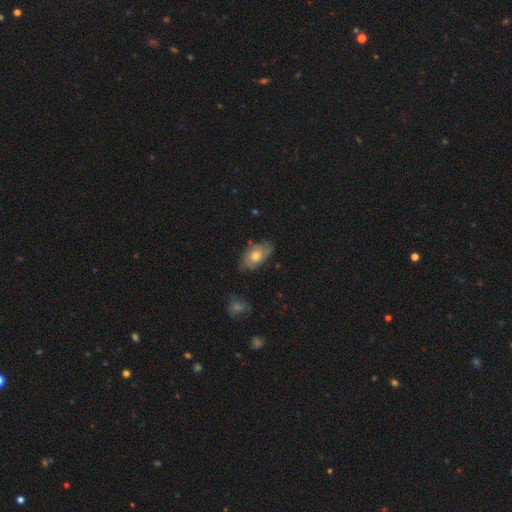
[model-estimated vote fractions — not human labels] This is possibly a smooth galaxy (53%). How rounded: clearly in between (89%). Merging: likely none (70%).